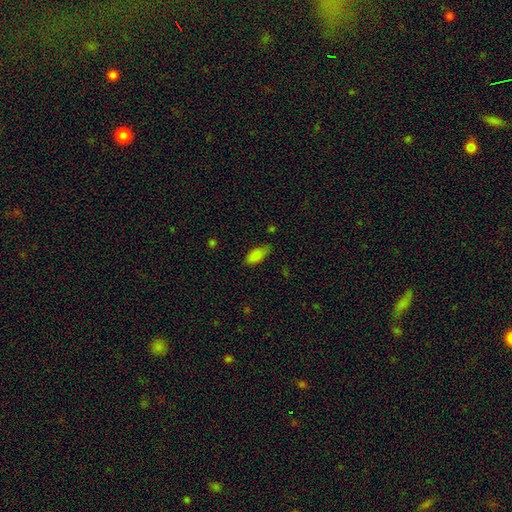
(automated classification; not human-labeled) Morphology: type=smooth (85%); roundness=in between (86%); merging=none (64%).